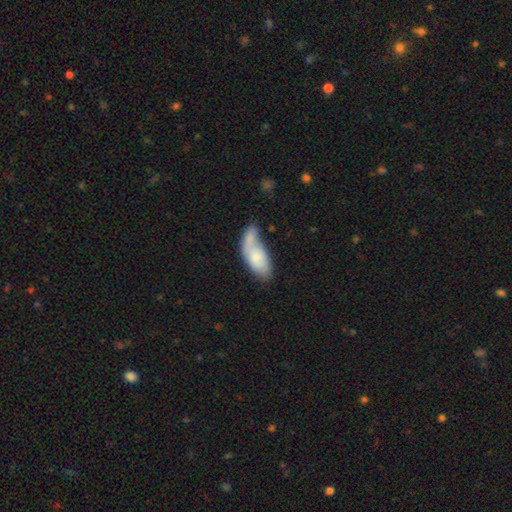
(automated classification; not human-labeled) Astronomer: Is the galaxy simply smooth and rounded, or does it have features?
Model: smooth — 70%.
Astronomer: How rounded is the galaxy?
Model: in between — 87%.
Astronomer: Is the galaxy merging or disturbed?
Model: merger — 37% (runner-up: none, 31%).